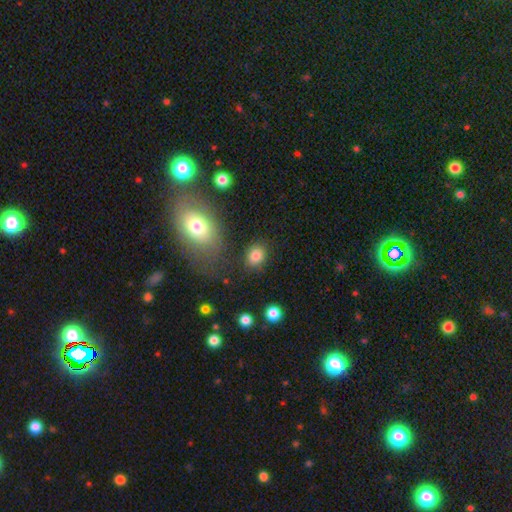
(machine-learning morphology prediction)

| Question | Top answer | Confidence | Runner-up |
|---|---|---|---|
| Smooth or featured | smooth | 83% | star or artifact (11%) |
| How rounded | in between | 51% | round (48%) |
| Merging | none | 83% | minor disturbance (10%) |